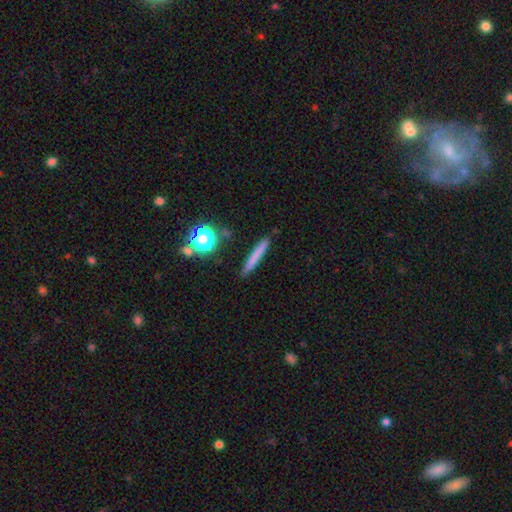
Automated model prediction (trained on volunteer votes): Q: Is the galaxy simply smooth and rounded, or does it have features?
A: smooth — 67%.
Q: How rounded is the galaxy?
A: cigar-shaped — 93%.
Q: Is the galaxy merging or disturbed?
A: none — 88%.